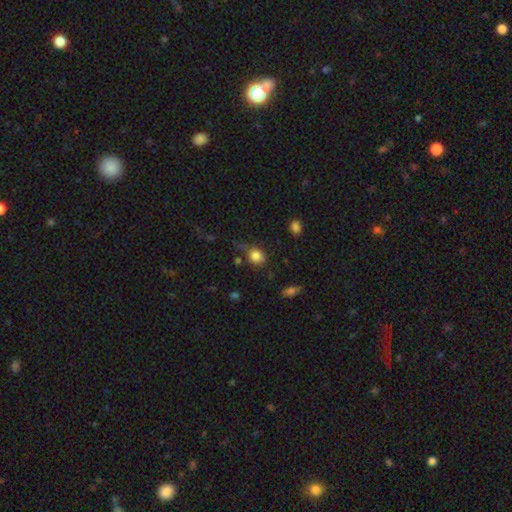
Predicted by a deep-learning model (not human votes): smooth-or-featured: smooth: 82% | star or artifact: 11% | featured or disk: 7%
  how-rounded: round: 56% | in between: 43% | cigar-shaped: 1%
  merging: none: 59% | minor disturbance: 25% | major disturbance: 10% | merger: 6%